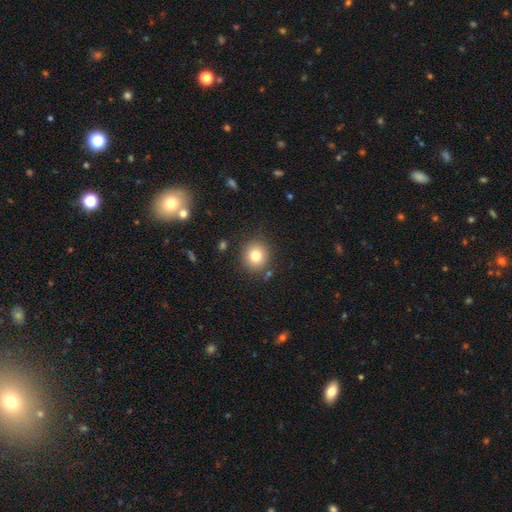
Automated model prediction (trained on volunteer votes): Smooth or featured?
  - smooth: 78% *
  - star or artifact: 13%
  - featured or disk: 9%
How rounded?
  - round: 88% *
  - in between: 11%
  - cigar-shaped: 1%
Merging?
  - none: 86% *
  - minor disturbance: 8%
  - merger: 3%
  - major disturbance: 3%